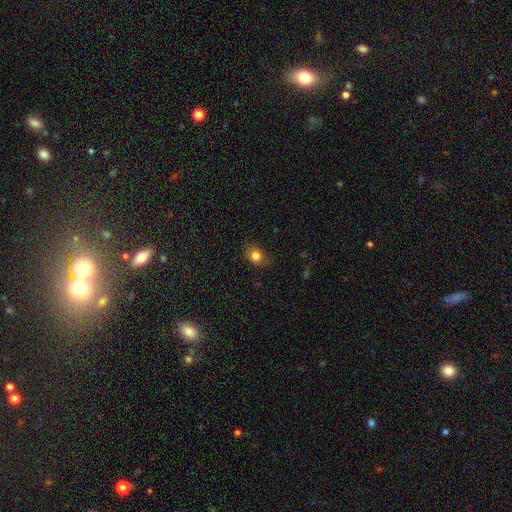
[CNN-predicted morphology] Smooth or featured: smooth — 82% (star or artifact — 11%)
How rounded: round — 55% (in between — 43%)
Merging: none — 82% (minor disturbance — 14%)